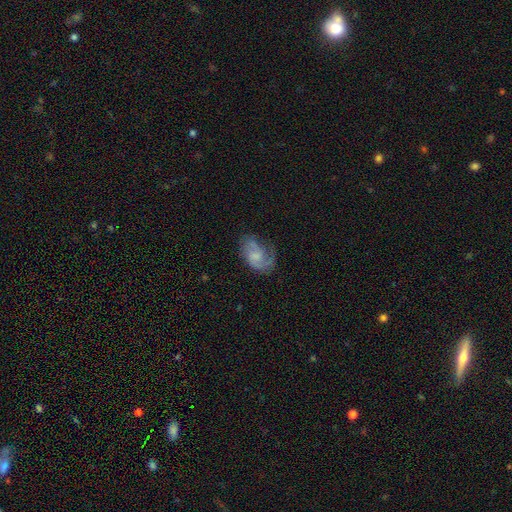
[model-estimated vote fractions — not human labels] Overall: featured or disk (69%). Edge-on disk: no (97%). Bar: no (54%; weak 40%). Spiral arms: yes (88%). Spiral arm count: 2 (50%; 1 33%). Spiral winding: medium (45%; loose 32%). Bulge size: small (37%; moderate 29%). Merging: none (50%; minor disturbance 24%).